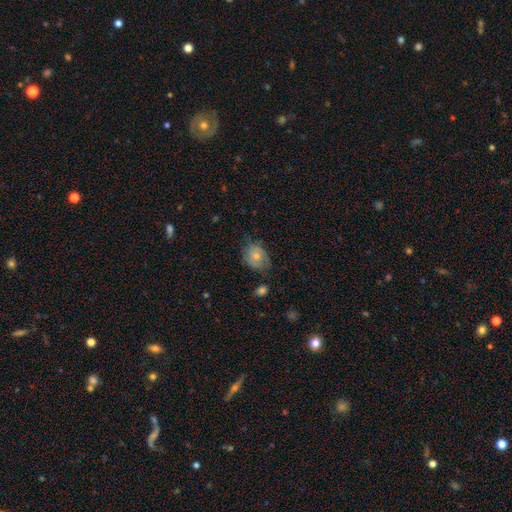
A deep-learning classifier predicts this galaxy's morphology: Smooth or featured? smooth (69%)
How rounded? in between (60%)
Merging? none (58%)